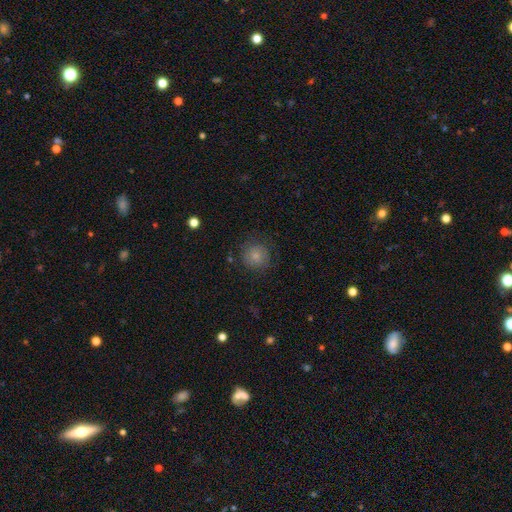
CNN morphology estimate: A smooth galaxy with no disk features (78%) that is round (91%).

Vote fractions:
- Smooth or featured? smooth: 78% / featured or disk: 13% / star or artifact: 10%
- How rounded? round: 91% / in between: 8% / cigar-shaped: 1%
- Merging? none: 76% / minor disturbance: 16% / major disturbance: 7% / merger: 1%